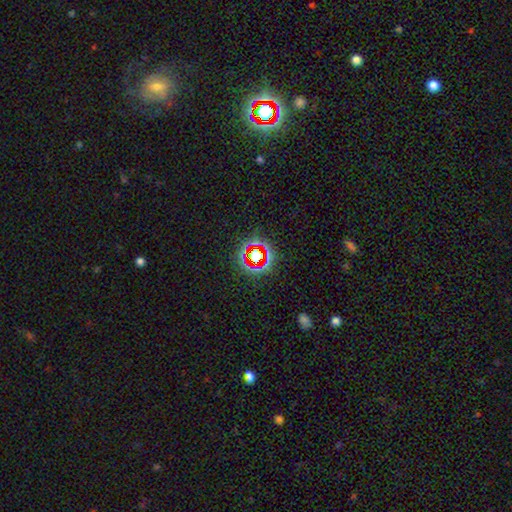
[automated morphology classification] A star or artifact, not a galaxy (70%).

Vote fractions:
- Smooth or featured? star or artifact: 70% / smooth: 19% / featured or disk: 11%